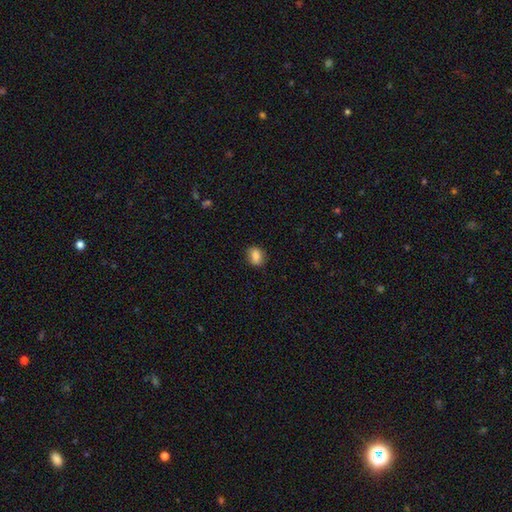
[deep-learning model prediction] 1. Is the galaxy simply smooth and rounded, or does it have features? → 81% smooth, 10% featured or disk, 9% star or artifact.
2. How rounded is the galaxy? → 55% in between, 44% round, 2% cigar-shaped.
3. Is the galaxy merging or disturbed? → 84% none, 12% minor disturbance, 3% major disturbance, 1% merger.